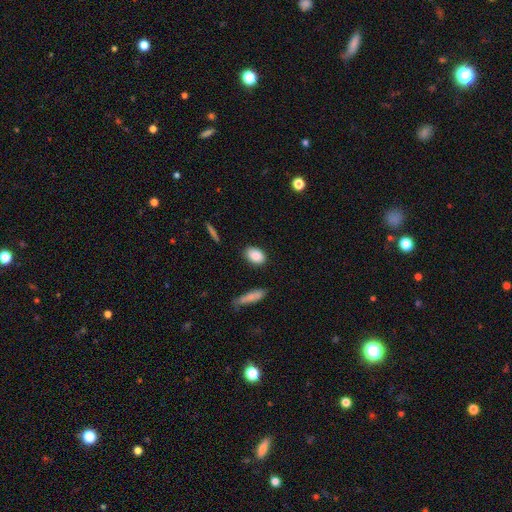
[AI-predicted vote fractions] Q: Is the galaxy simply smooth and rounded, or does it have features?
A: smooth — 86%.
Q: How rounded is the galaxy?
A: in between — 85%.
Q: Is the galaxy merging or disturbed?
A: none — 83%.